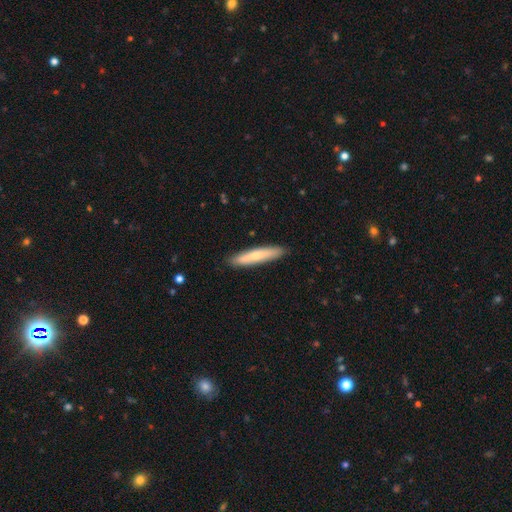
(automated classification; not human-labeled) smooth_or_featured: smooth (p=0.62) [alt: featured or disk p=0.33]
how_rounded: cigar-shaped (p=0.90) [alt: in between p=0.09]
merging: none (p=0.90) [alt: minor disturbance p=0.08]